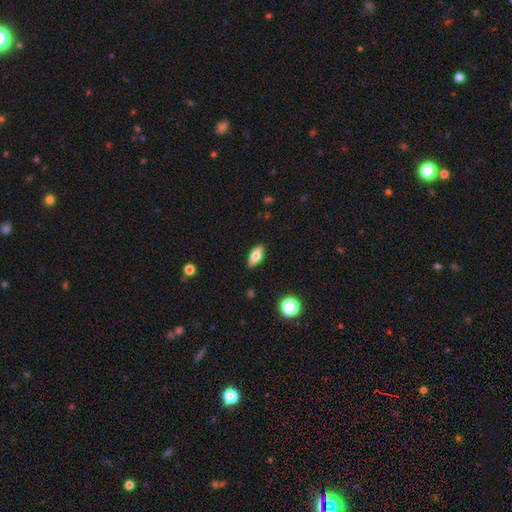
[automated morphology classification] Smooth or featured?
  - smooth: 60% *
  - featured or disk: 32%
  - star or artifact: 8%
How rounded?
  - in between: 73% *
  - cigar-shaped: 23%
  - round: 4%
Merging?
  - none: 88% *
  - minor disturbance: 8%
  - major disturbance: 2%
  - merger: 1%